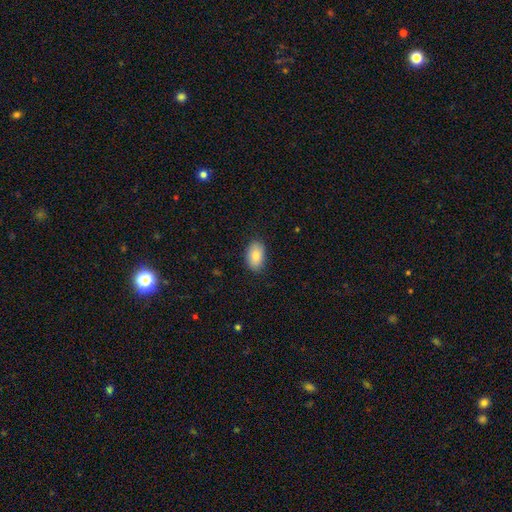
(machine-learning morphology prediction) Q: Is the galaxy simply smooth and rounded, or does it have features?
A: smooth — 86%.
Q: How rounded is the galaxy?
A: in between — 91%.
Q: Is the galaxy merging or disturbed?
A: none — 86%.